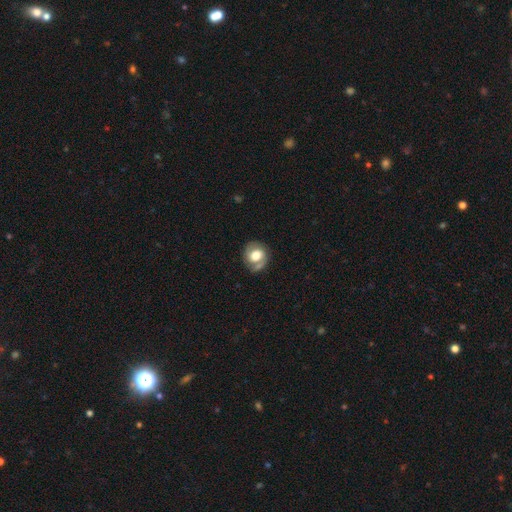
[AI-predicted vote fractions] Smooth or featured? Predicted: smooth (p=0.50). How rounded? Predicted: round (p=0.74). Merging? Predicted: none (p=0.67).